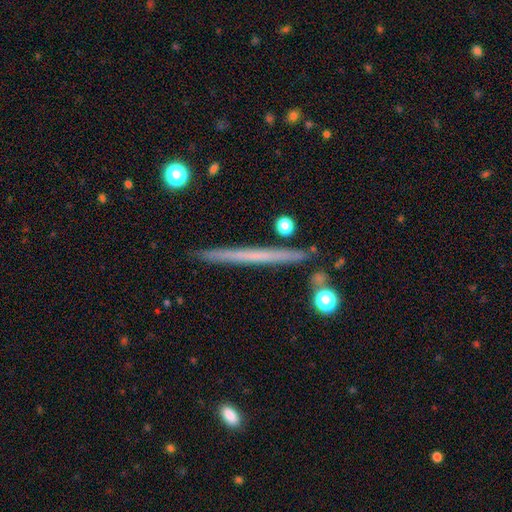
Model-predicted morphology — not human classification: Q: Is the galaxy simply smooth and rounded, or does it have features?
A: featured or disk — 53%.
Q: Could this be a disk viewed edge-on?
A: yes — 97%.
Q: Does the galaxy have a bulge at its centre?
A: none — 90%.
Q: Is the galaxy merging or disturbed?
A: none — 90%.